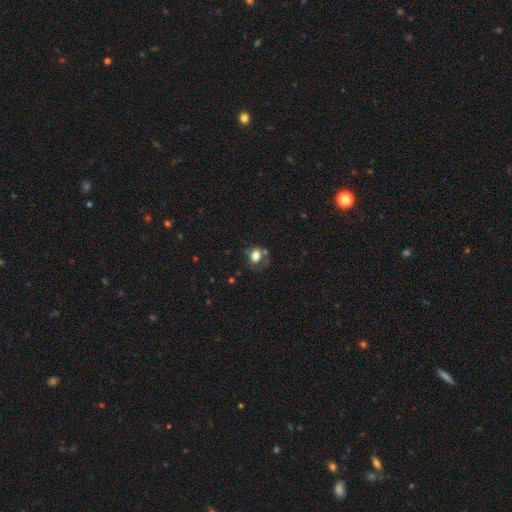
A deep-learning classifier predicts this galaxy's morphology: The model was most divided on "how rounded": in between: 58%, round: 41%, cigar-shaped: 1%. Remaining: smooth or featured — smooth (74%); merging — none (50%).